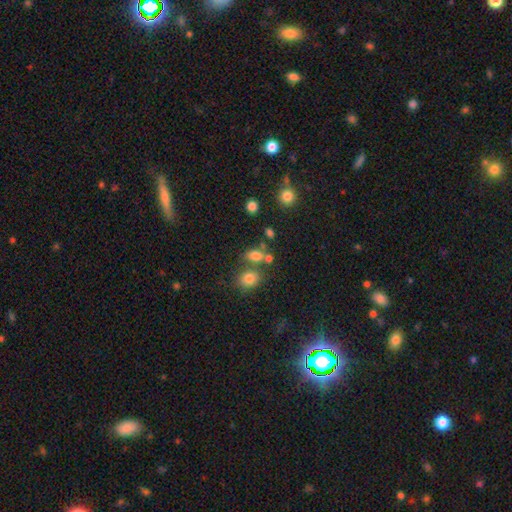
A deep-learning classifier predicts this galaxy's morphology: A smooth galaxy with no disk features (75%) that is in between round and cigar-shaped (75%).

Vote fractions:
- Smooth or featured? smooth: 75% / star or artifact: 14% / featured or disk: 10%
- How rounded? in between: 75% / round: 22% / cigar-shaped: 3%
- Merging? none: 51% / merger: 30% / minor disturbance: 13% / major disturbance: 6%